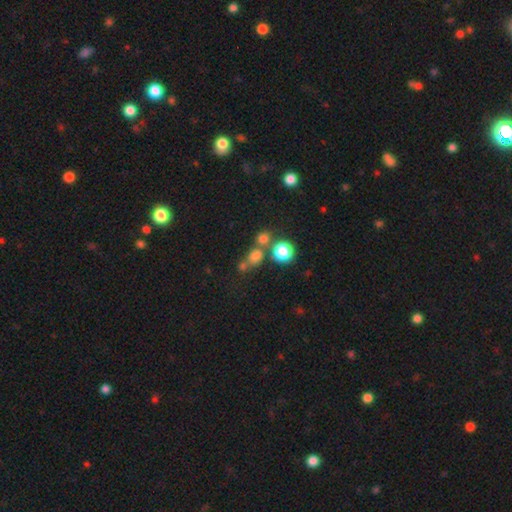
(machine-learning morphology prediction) smooth-or-featured: smooth: 69% | star or artifact: 21% | featured or disk: 10%
  how-rounded: round: 74% | in between: 24% | cigar-shaped: 2%
  merging: none: 54% | merger: 31% | minor disturbance: 10% | major disturbance: 6%